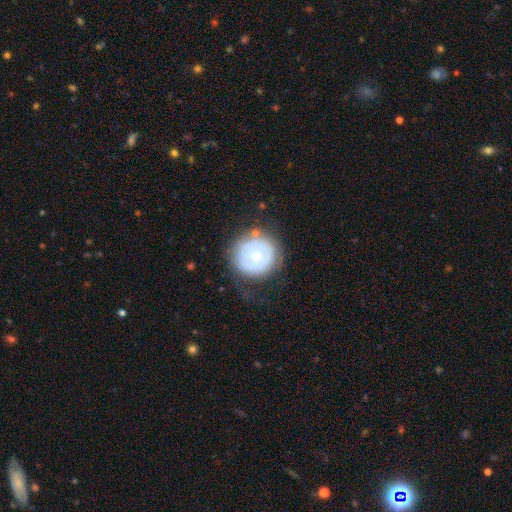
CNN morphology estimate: Smooth or featured?
  - smooth: 54% *
  - featured or disk: 39%
  - star or artifact: 7%
How rounded?
  - round: 94% *
  - in between: 5%
  - cigar-shaped: 1%
Merging?
  - none: 64% *
  - minor disturbance: 22%
  - major disturbance: 11%
  - merger: 3%